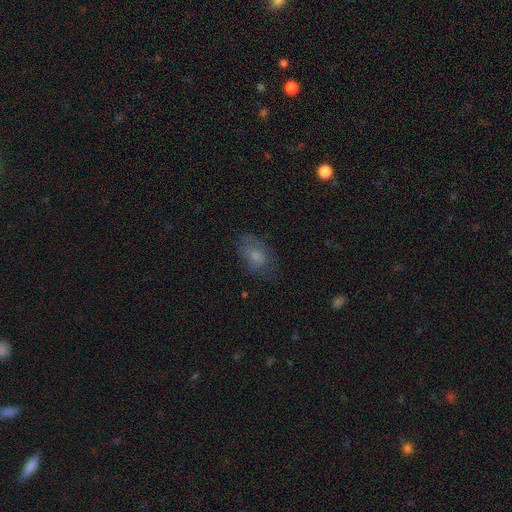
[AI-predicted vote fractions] Smooth or featured? smooth (70%)
How rounded? in between (86%)
Merging? none (64%)